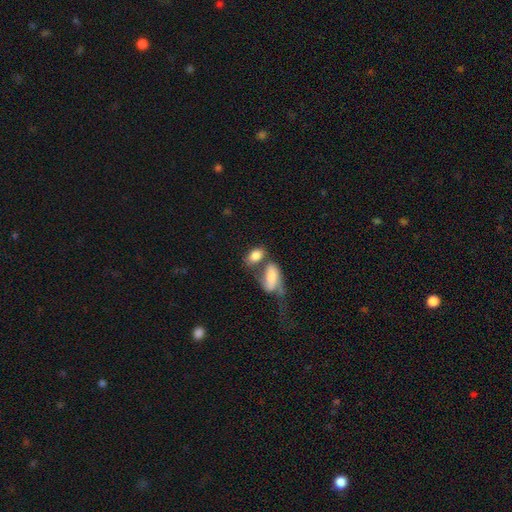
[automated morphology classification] Smooth or featured: smooth — 79% (featured or disk — 14%)
How rounded: in between — 90% (round — 7%)
Merging: merger — 51% (none — 29%)